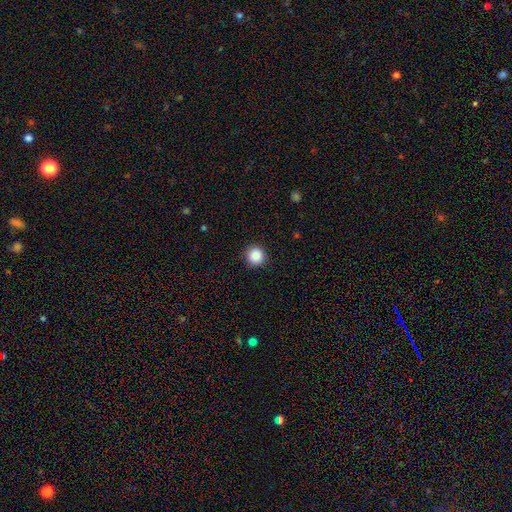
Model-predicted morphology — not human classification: Smooth or featured?
  - smooth: 87% *
  - star or artifact: 9%
  - featured or disk: 3%
How rounded?
  - round: 95% *
  - in between: 4%
  - cigar-shaped: 1%
Merging?
  - none: 91% *
  - minor disturbance: 6%
  - major disturbance: 2%
  - merger: 1%